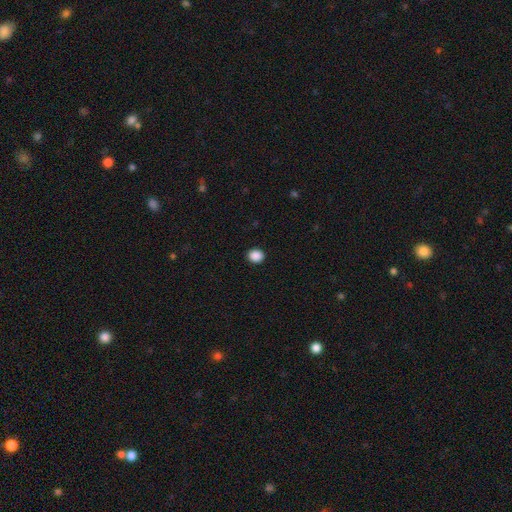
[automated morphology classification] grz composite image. It shows a smooth galaxy with no disk features (89%) that is round (71%). Merging: none (92%).